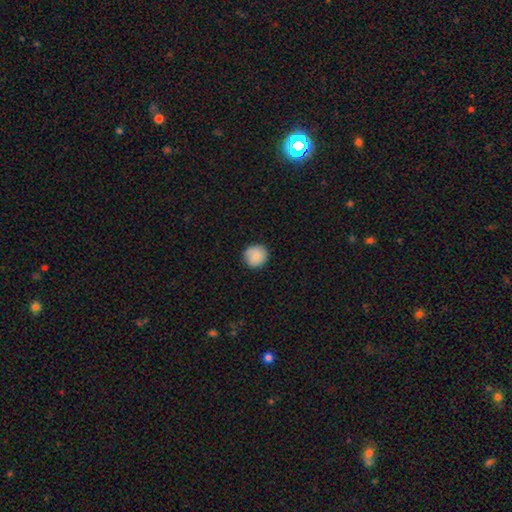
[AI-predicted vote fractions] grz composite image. It shows a smooth galaxy with no disk features (84%) that is round (92%). Merging: none (87%).